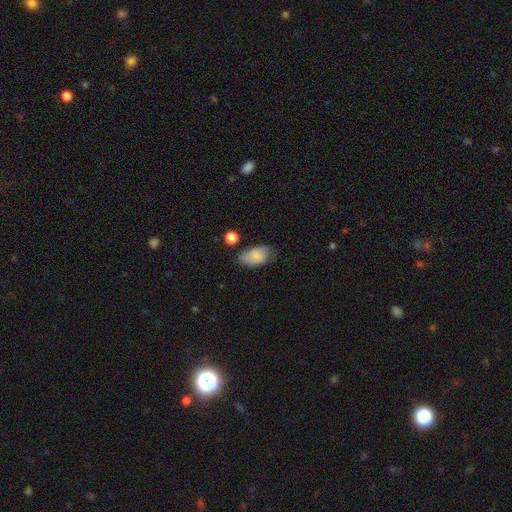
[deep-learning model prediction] smooth_or_featured: smooth (p=0.83) [alt: featured or disk p=0.10]
how_rounded: in between (p=0.93) [alt: round p=0.05]
merging: none (p=0.63) [alt: minor disturbance p=0.26]